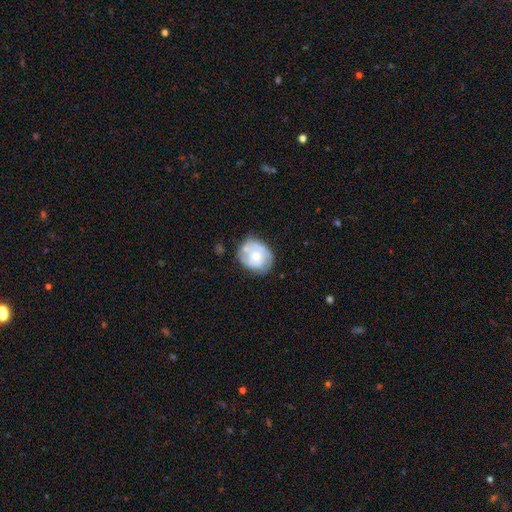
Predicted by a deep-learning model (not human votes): A featured or disk galaxy (59%) with no bar (77%), spiral arms (65%) and a moderate central bulge (51%). Merging: none (58%).